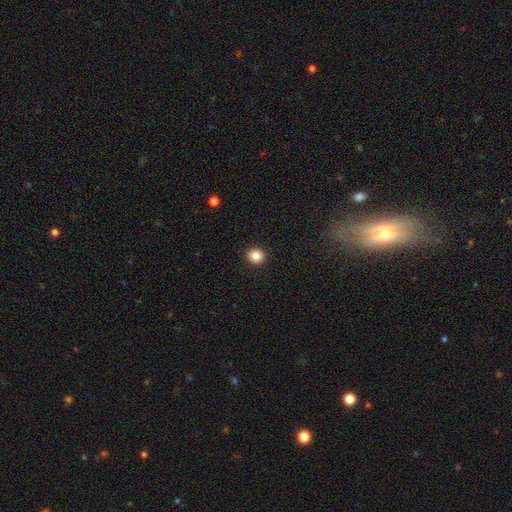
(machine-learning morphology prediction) smooth_or_featured: smooth (p=0.85) [alt: star or artifact p=0.10]
how_rounded: round (p=0.89) [alt: in between p=0.10]
merging: none (p=0.93) [alt: minor disturbance p=0.04]